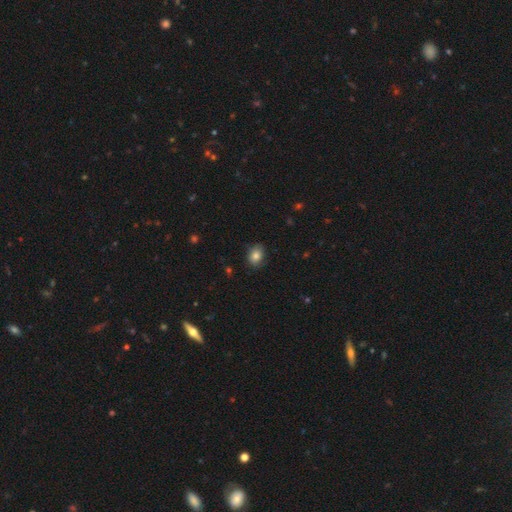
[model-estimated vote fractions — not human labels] This is clearly a smooth galaxy (82%). How rounded: likely in between (68%). Merging: clearly none (83%).